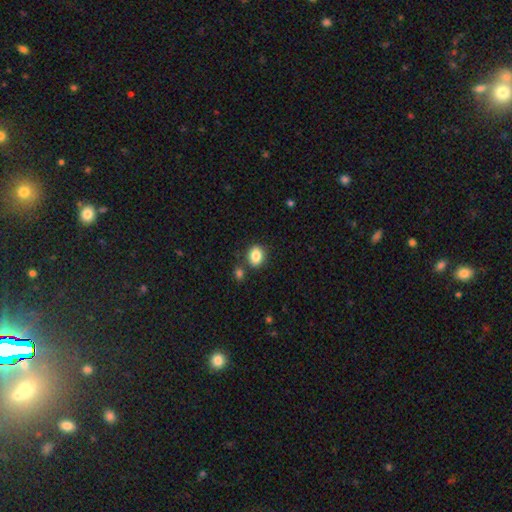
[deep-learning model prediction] smooth_or_featured: smooth (p=0.85) [alt: star or artifact p=0.09]
how_rounded: in between (p=0.53) [alt: round p=0.46]
merging: none (p=0.77) [alt: minor disturbance p=0.10]